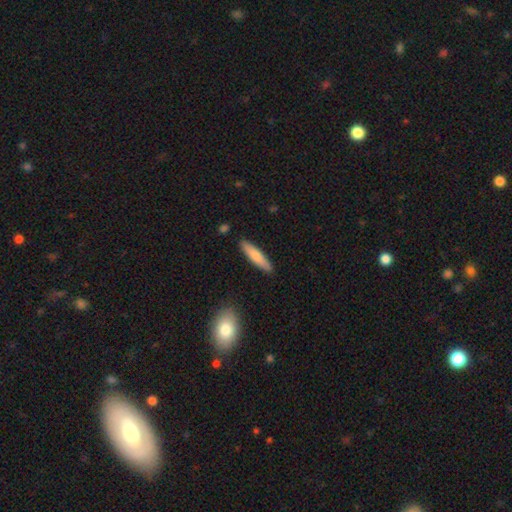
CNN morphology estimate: type=smooth (74%); roundness=cigar-shaped (82%); merging=none (89%).